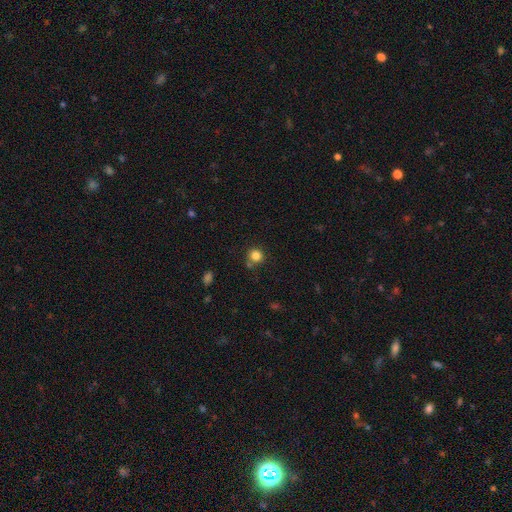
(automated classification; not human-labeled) The model was most divided on "merging": none: 75%, minor disturbance: 11%, merger: 10%, major disturbance: 4%. More confident: how rounded — round (91%); smooth or featured — smooth (83%).